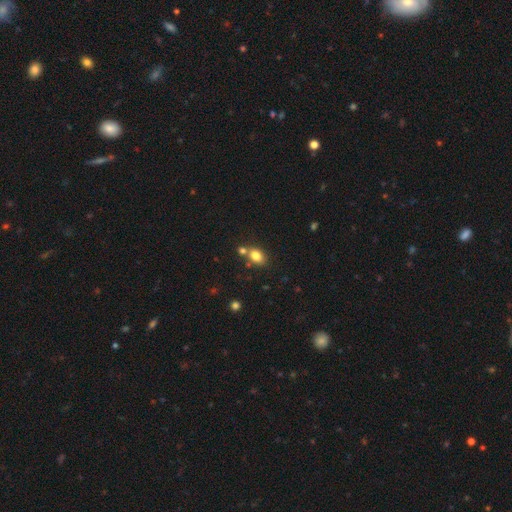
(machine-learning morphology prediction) Smooth or featured?
  - smooth: 81% *
  - star or artifact: 10%
  - featured or disk: 9%
How rounded?
  - in between: 74% *
  - round: 24%
  - cigar-shaped: 2%
Merging?
  - none: 58% *
  - merger: 26%
  - minor disturbance: 12%
  - major disturbance: 4%